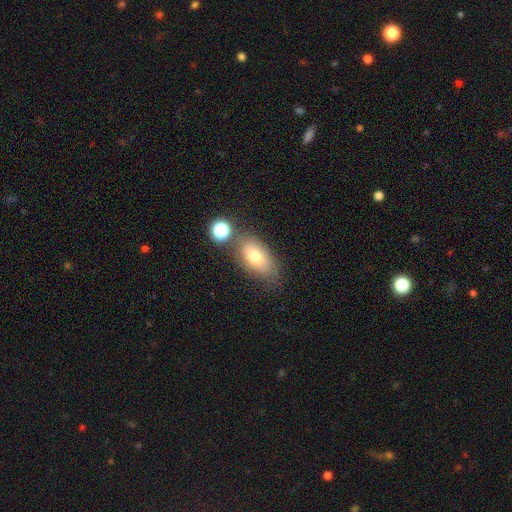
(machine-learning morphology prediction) A smooth galaxy with no disk features (74%) that is in between round and cigar-shaped (89%).

Vote fractions:
- Smooth or featured? smooth: 74% / featured or disk: 16% / star or artifact: 10%
- How rounded? in between: 89% / round: 8% / cigar-shaped: 4%
- Merging? none: 65% / minor disturbance: 17% / merger: 12% / major disturbance: 6%